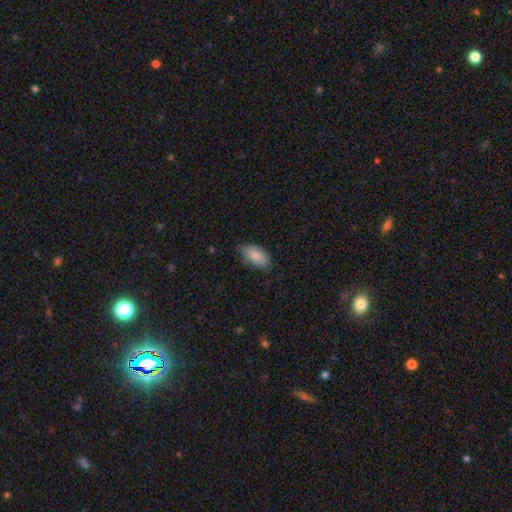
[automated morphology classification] This appears to be a smooth galaxy with no disk features (87%) that is in between round and cigar-shaped (93%). Merging: none (68%).